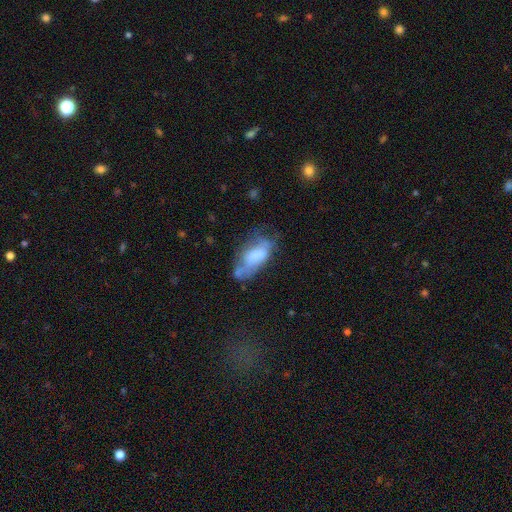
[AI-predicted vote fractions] Morphology: type=smooth (58%); roundness=in between (87%); merging=none (32%).